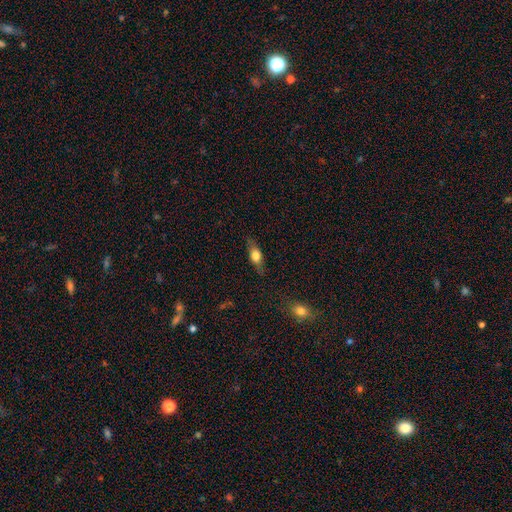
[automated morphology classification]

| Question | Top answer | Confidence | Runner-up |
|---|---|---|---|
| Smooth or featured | smooth | 60% | featured or disk (32%) |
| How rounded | in between | 61% | cigar-shaped (32%) |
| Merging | none | 79% | minor disturbance (15%) |